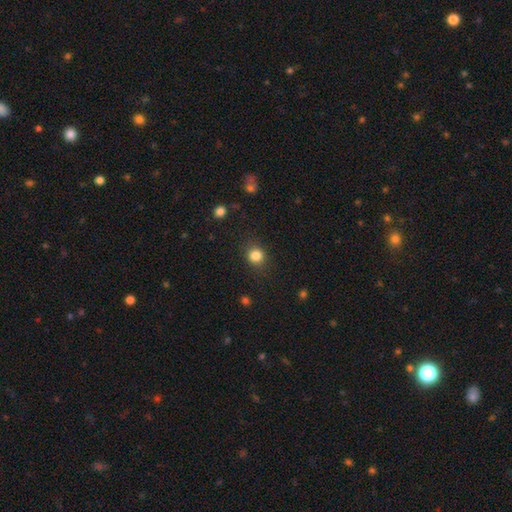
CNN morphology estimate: This appears to be a smooth galaxy with no disk features (84%) that is round (85%). Merging: none (86%).